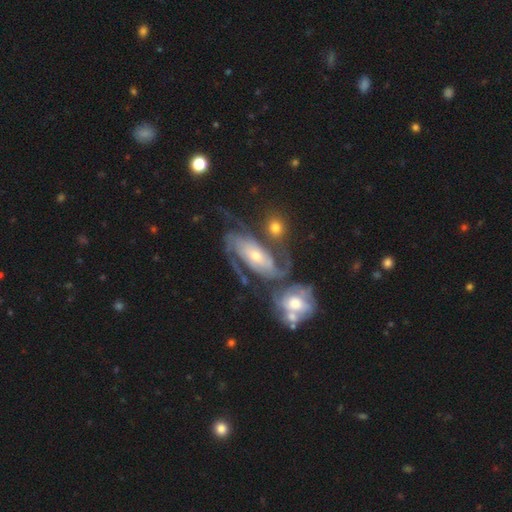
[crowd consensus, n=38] smooth_or_featured: featured or disk (p=0.95) [alt: smooth p=0.05]
disk_edge_on: no (p=1.00)
bar: no (p=0.56) [alt: strong p=0.28]
has_spiral_arms: yes (p=0.97) [alt: no p=0.03]
spiral_winding: medium (p=0.69) [alt: loose p=0.20]
spiral_arm_count: 3 (p=0.69) [alt: 2 p=0.29]
bulge_size: moderate (p=0.50) [alt: small p=0.47]
merging: none (p=0.42) [alt: merger p=0.32]